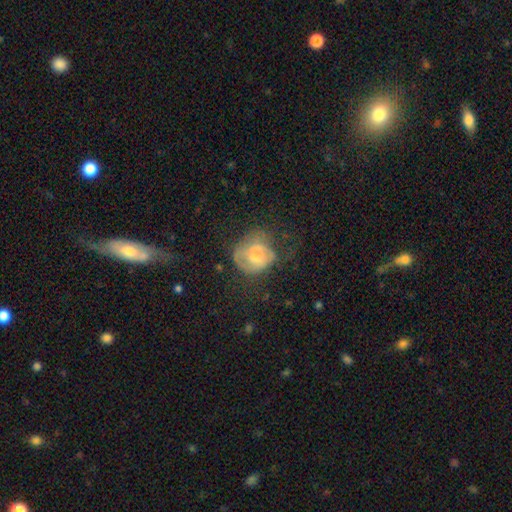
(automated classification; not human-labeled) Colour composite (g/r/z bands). It shows a featured or disk galaxy (55%) with no bar (65%), spiral arms (65%) and a moderate central bulge (52%). Merging: none (45%).